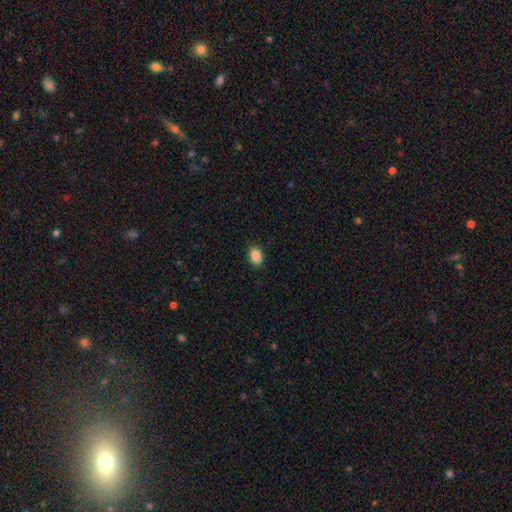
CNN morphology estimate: Q: Smooth or featured?
A: smooth (87%); runner-up: star or artifact (8%)
Q: How rounded?
A: in between (75%); runner-up: round (24%)
Q: Merging?
A: none (89%); runner-up: minor disturbance (9%)